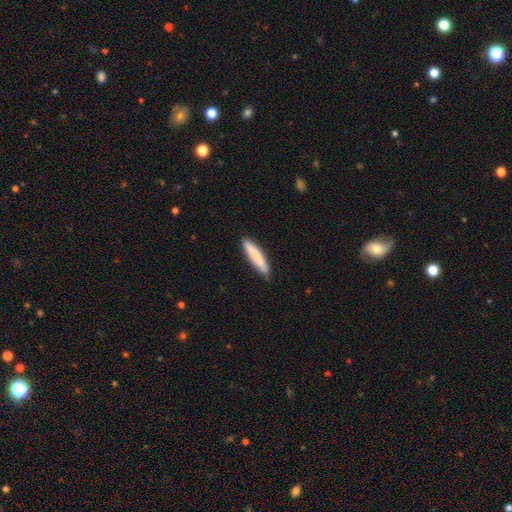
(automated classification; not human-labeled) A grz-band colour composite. It shows a smooth galaxy with no disk features (80%) that is cigar-shaped (88%). Merging: none (88%).